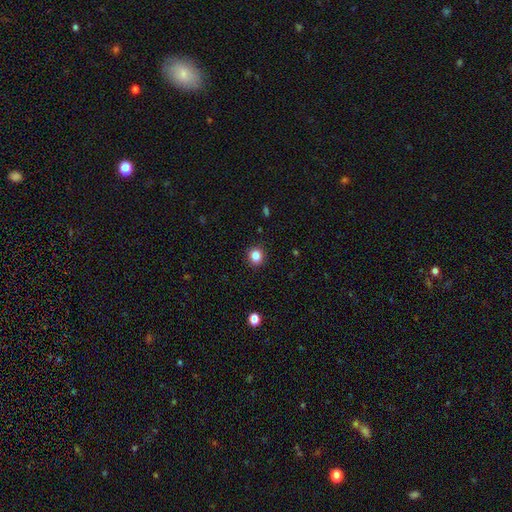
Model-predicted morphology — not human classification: smooth 85%, star or artifact 11%, featured or disk 4%. Down the decision tree: how rounded — round (87%); merging — none (92%).